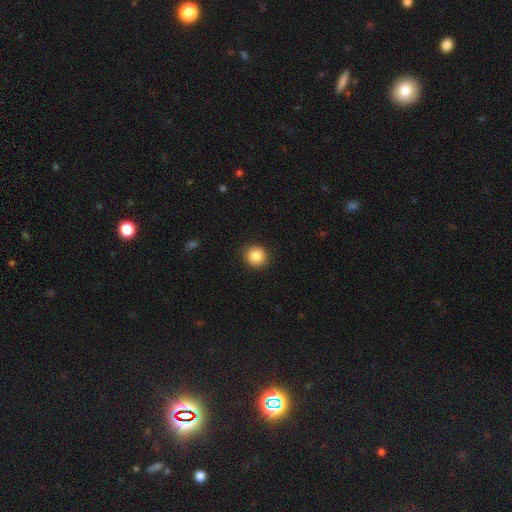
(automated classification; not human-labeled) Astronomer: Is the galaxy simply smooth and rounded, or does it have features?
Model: smooth — 85%.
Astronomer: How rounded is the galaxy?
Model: round — 90%.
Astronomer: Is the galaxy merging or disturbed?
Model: none — 90%.